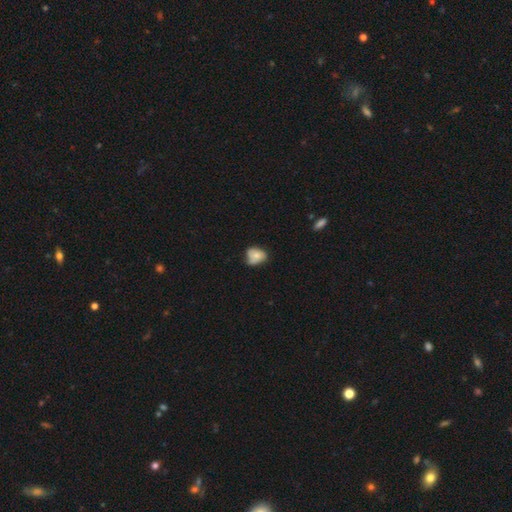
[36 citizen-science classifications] smooth 69%, featured or disk 17%, star or artifact 14%. Down the decision tree: how rounded — in between (64%); merging — none (48%).